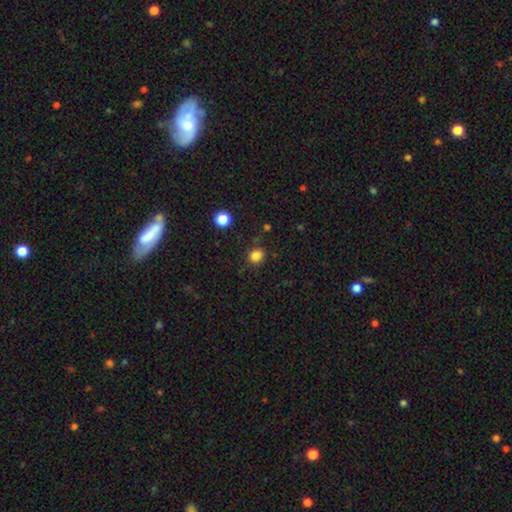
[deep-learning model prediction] Q: Smooth or featured?
A: smooth (83%); runner-up: star or artifact (13%)
Q: How rounded?
A: round (68%); runner-up: in between (31%)
Q: Merging?
A: none (81%); runner-up: minor disturbance (13%)